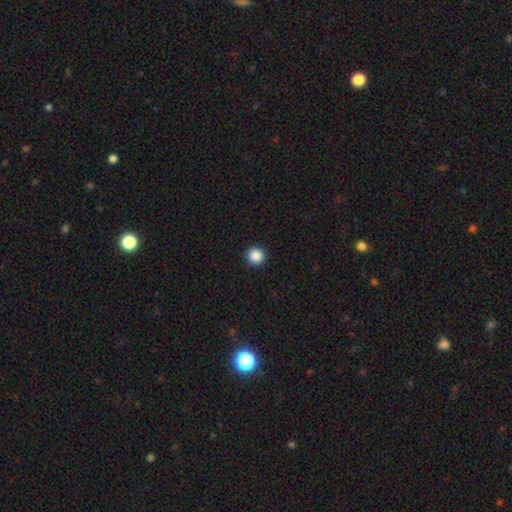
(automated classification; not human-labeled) Smooth or featured? smooth (88%)
How rounded? round (96%)
Merging? none (94%)